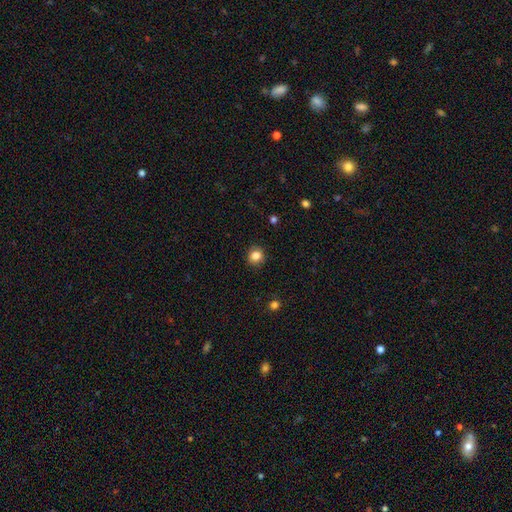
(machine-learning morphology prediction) This appears to be a smooth galaxy with no disk features (83%) that is round (85%). Merging: none (89%).